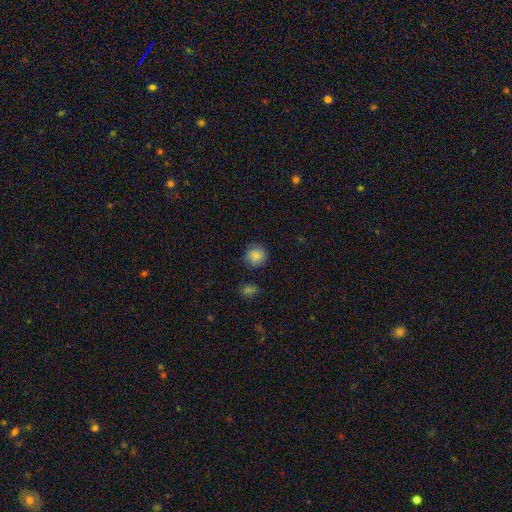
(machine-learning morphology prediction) Smooth or featured? Predicted: smooth (p=0.84). How rounded? Predicted: round (p=0.91). Merging? Predicted: none (p=0.82).